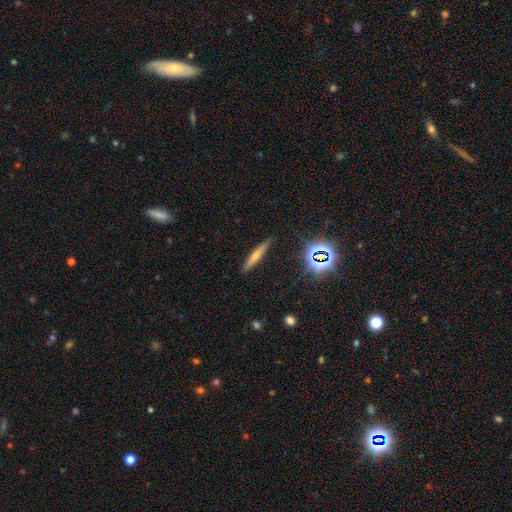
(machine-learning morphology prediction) Smooth or featured?
  - smooth: 52% *
  - featured or disk: 35%
  - star or artifact: 13%
How rounded?
  - cigar-shaped: 91% *
  - in between: 7%
  - round: 2%
Merging?
  - none: 87% *
  - minor disturbance: 10%
  - major disturbance: 2%
  - merger: 2%